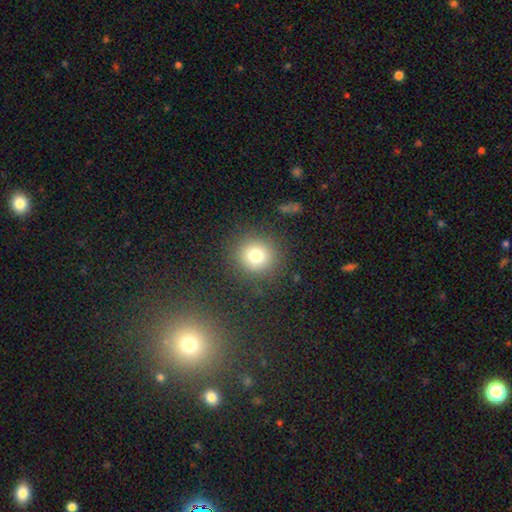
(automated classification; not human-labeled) The model was most divided on "smooth or featured": smooth: 77%, star or artifact: 14%, featured or disk: 9%. More confident: how rounded — round (92%); merging — none (87%).